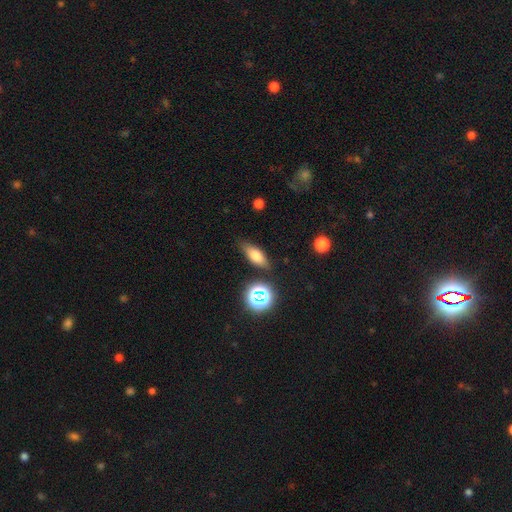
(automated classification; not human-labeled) smooth_or_featured: smooth (p=0.72) [alt: featured or disk p=0.15]
how_rounded: in between (p=0.69) [alt: cigar-shaped p=0.24]
merging: none (p=0.81) [alt: minor disturbance p=0.13]